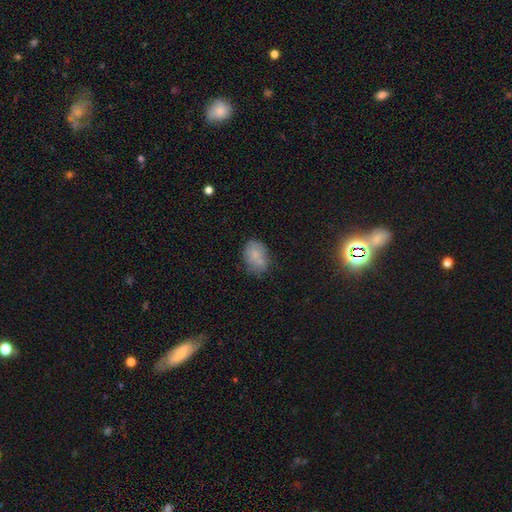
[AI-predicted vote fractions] smooth 70%, featured or disk 19%, star or artifact 11%. Down the decision tree: how rounded — in between (69%); merging — none (60%).